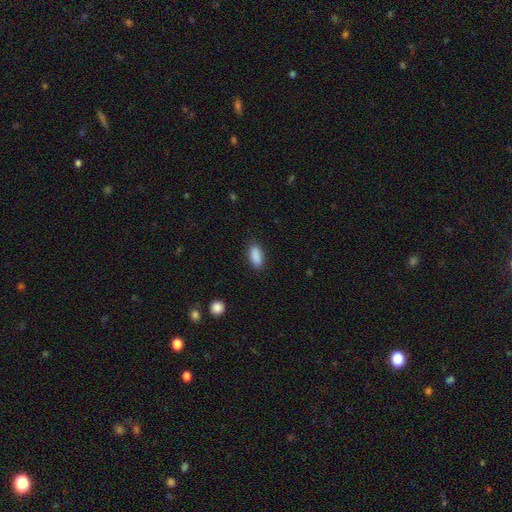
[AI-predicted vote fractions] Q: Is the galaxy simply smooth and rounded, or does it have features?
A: smooth — 89%.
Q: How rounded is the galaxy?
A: in between — 86%.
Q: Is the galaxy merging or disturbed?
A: none — 85%.